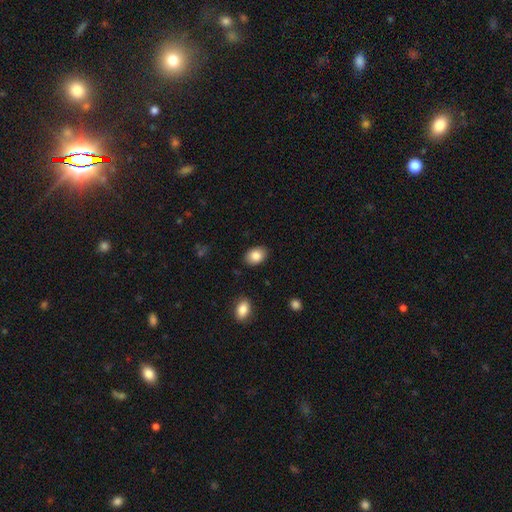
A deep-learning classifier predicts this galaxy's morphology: type=smooth (86%); roundness=in between (75%); merging=none (87%).